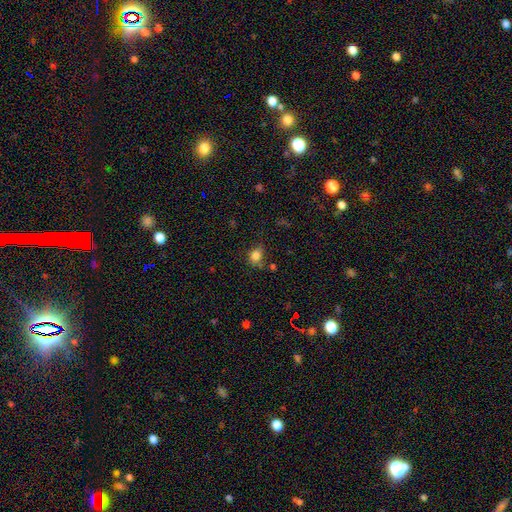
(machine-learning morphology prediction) This is clearly a smooth galaxy (82%). How rounded: possibly in between (55%). Merging: likely none (65%).